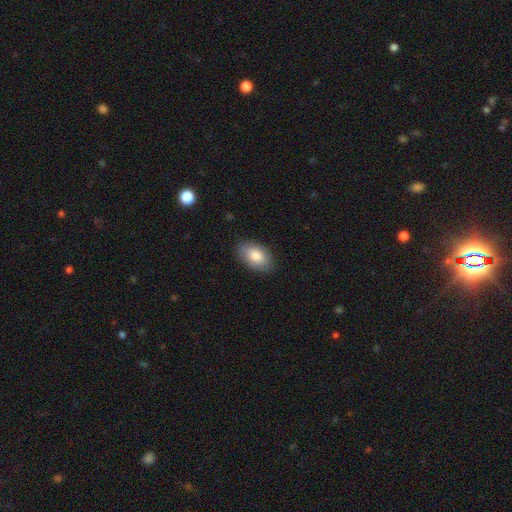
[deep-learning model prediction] Smooth or featured?
  - smooth: 84% *
  - featured or disk: 10%
  - star or artifact: 6%
How rounded?
  - in between: 93% *
  - round: 5%
  - cigar-shaped: 1%
Merging?
  - none: 87% *
  - minor disturbance: 10%
  - major disturbance: 2%
  - merger: 1%